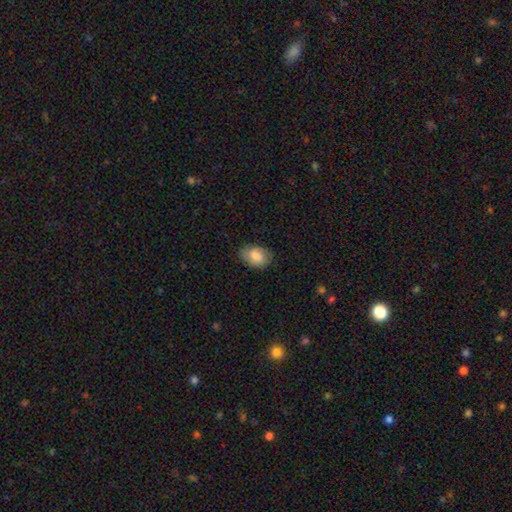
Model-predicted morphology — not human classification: This is clearly a smooth galaxy (83%). How rounded: clearly in between (86%). Merging: clearly none (80%).